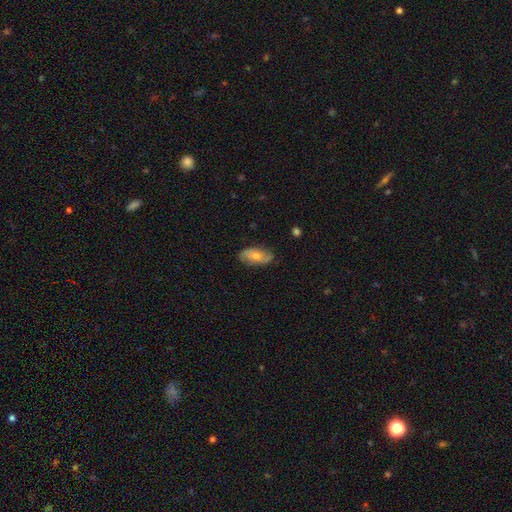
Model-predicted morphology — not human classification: featured or disk 46% (tied), smooth 46% (tied), star or artifact 8%. Down the decision tree: merging — none (81%).